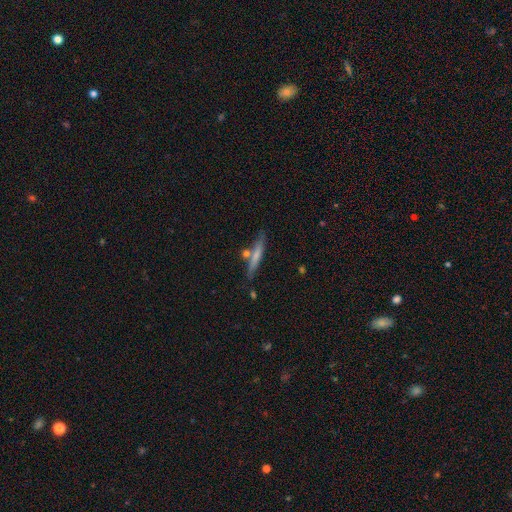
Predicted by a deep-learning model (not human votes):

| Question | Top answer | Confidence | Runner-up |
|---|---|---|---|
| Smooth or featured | smooth | 59% | featured or disk (34%) |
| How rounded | cigar-shaped | 92% | in between (6%) |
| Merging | none | 73% | minor disturbance (13%) |